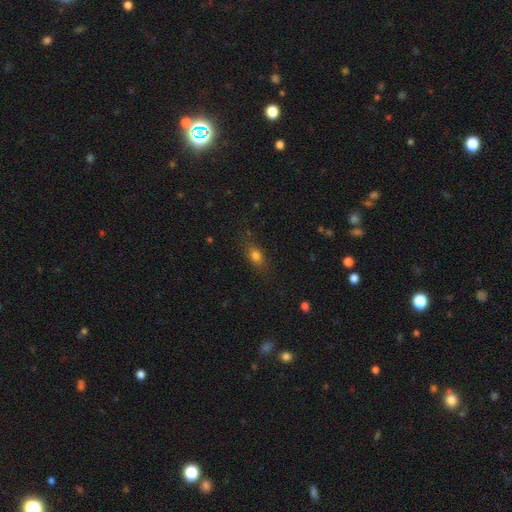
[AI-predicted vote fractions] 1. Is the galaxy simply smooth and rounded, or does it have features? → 76% smooth, 13% star or artifact, 11% featured or disk.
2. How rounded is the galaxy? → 66% in between, 23% round, 11% cigar-shaped.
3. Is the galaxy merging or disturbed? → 78% none, 15% minor disturbance, 5% major disturbance, 2% merger.